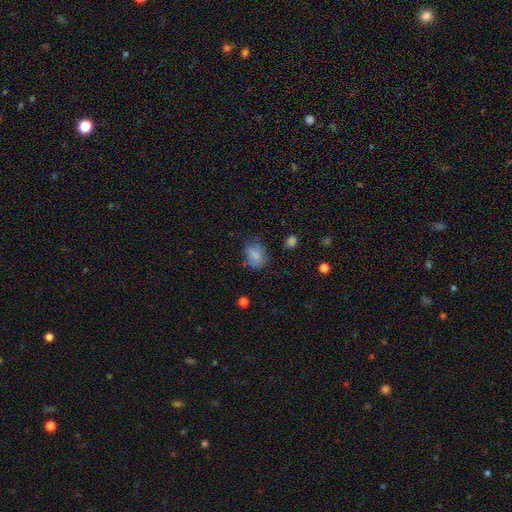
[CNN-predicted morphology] A smooth galaxy with no disk features (76%) that is in between round and cigar-shaped (60%).

Vote fractions:
- Smooth or featured? smooth: 76% / featured or disk: 13% / star or artifact: 11%
- How rounded? in between: 60% / round: 39% / cigar-shaped: 1%
- Merging? none: 58% / minor disturbance: 27% / major disturbance: 12% / merger: 3%